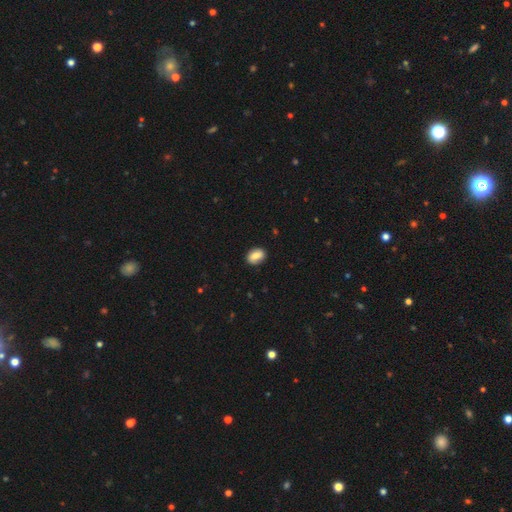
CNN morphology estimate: smooth_or_featured: smooth (p=0.78) [alt: featured or disk p=0.14]
how_rounded: in between (p=0.76) [alt: round p=0.22]
merging: none (p=0.85) [alt: minor disturbance p=0.12]